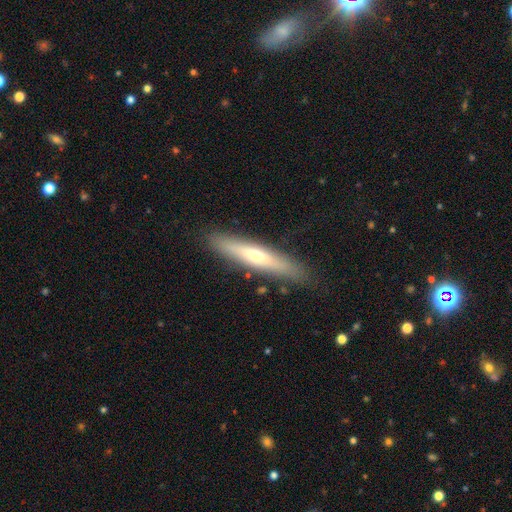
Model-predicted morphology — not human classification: Smooth or featured?
  - smooth: 48% *
  - featured or disk: 46%
  - star or artifact: 7%
Merging?
  - none: 86% *
  - minor disturbance: 10%
  - major disturbance: 2%
  - merger: 1%